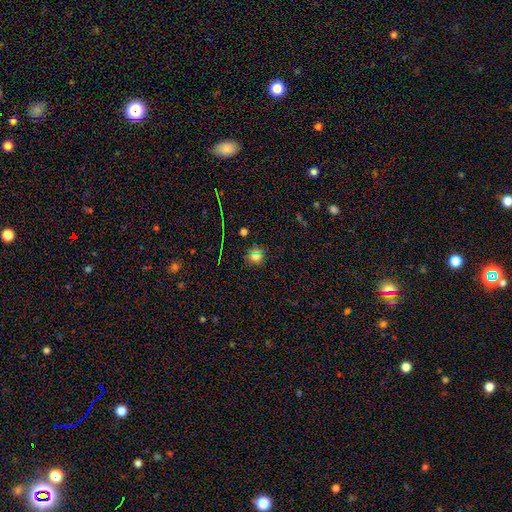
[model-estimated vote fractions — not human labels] smooth 56%, star or artifact 35%, featured or disk 9%. Down the decision tree: how rounded — round (83%); merging — none (85%).